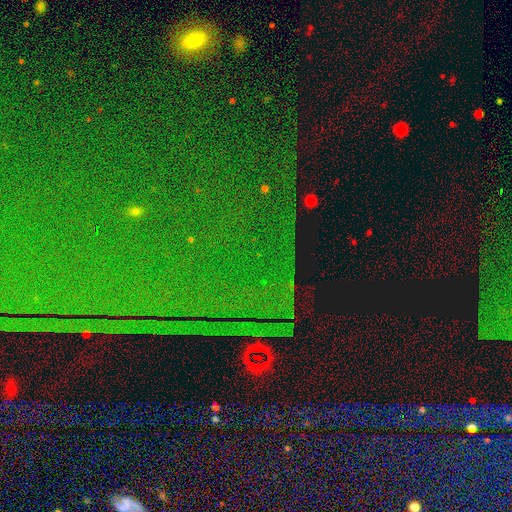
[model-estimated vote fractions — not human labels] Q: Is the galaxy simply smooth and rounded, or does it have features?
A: star or artifact — 82%.